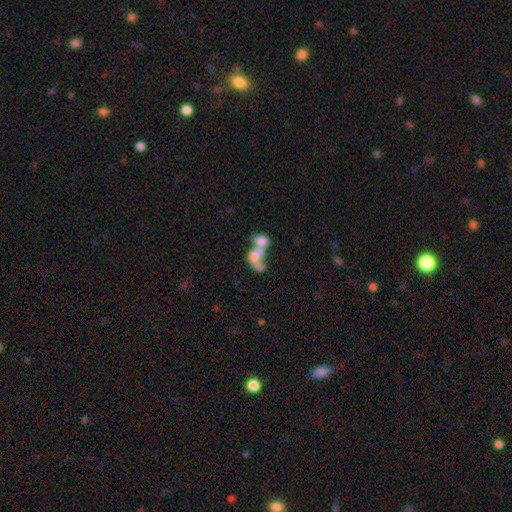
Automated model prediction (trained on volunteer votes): Q: Smooth or featured?
A: smooth (54%); runner-up: featured or disk (35%)
Q: How rounded?
A: in between (77%); runner-up: round (18%)
Q: Merging?
A: merger (75%); runner-up: major disturbance (12%)